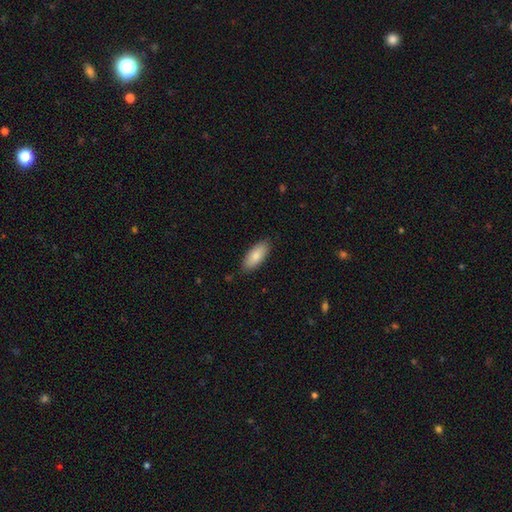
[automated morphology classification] A smooth galaxy with no disk features (83%) that is in between round and cigar-shaped (83%).

Vote fractions:
- Smooth or featured? smooth: 83% / featured or disk: 11% / star or artifact: 6%
- How rounded? in between: 83% / cigar-shaped: 15% / round: 2%
- Merging? none: 86% / minor disturbance: 11% / major disturbance: 2% / merger: 1%